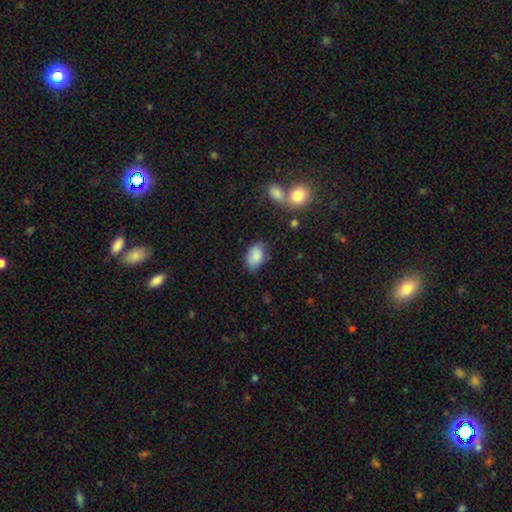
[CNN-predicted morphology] Overall: smooth (84%). How rounded: in between (90%). Merging: none (64%; minor disturbance 26%).